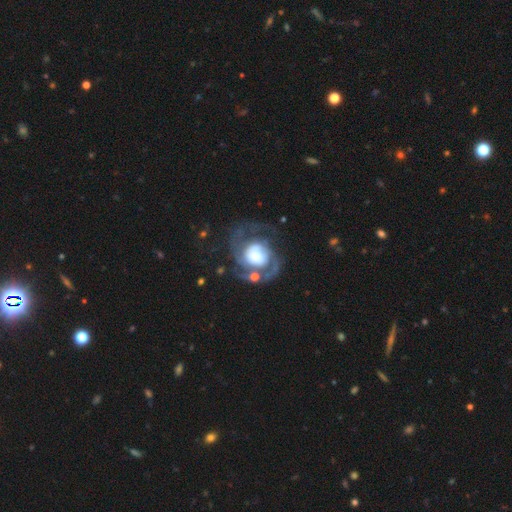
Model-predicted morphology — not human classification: Overall: featured or disk (82%). Edge-on disk: no (98%). Bar: no (73%). Spiral arms: yes (92%). Spiral arm count: 2 (66%). Spiral winding: medium (44%; tight 38%). Bulge size: large (48%; moderate 20%). Merging: none (50%; major disturbance 26%).